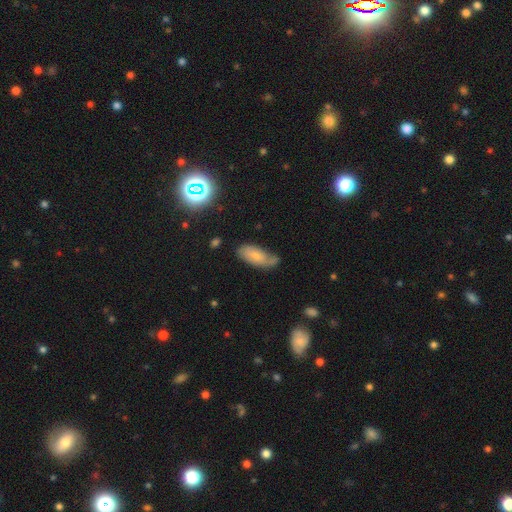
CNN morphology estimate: This appears to be a smooth galaxy with no disk features (66%) that is in between round and cigar-shaped (84%). Merging: none (51%).